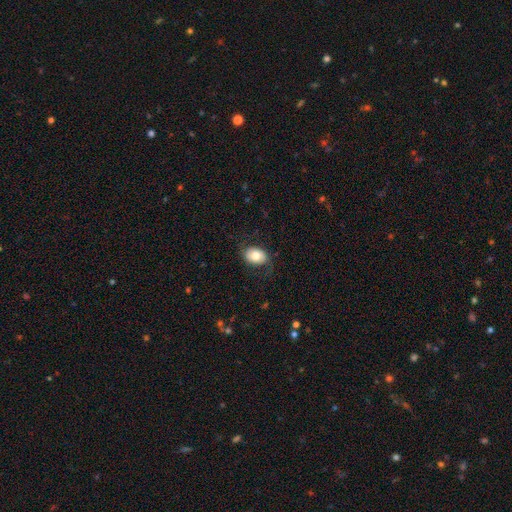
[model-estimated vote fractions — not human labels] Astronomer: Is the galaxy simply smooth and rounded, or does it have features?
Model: smooth — 67%.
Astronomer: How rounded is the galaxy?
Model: in between — 74%.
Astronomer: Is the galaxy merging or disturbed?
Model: none — 74%.